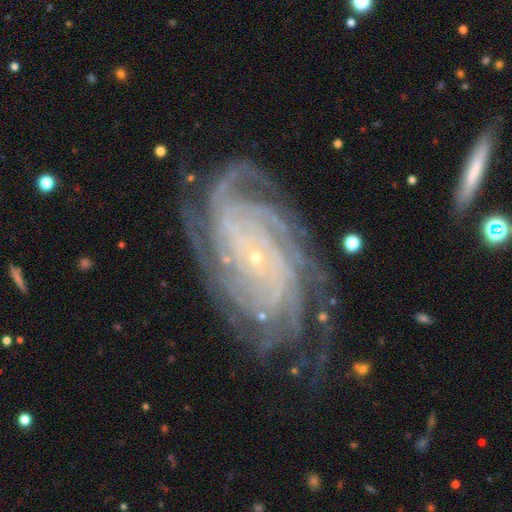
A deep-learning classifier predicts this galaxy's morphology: type=featured or disk (92%); edge-on=no (97%); bar=no (70%); spiral arms=yes (98%); winding=tight (78%); arm count=more than 4 (31%); bulge=small (90%); merging=none (73%).